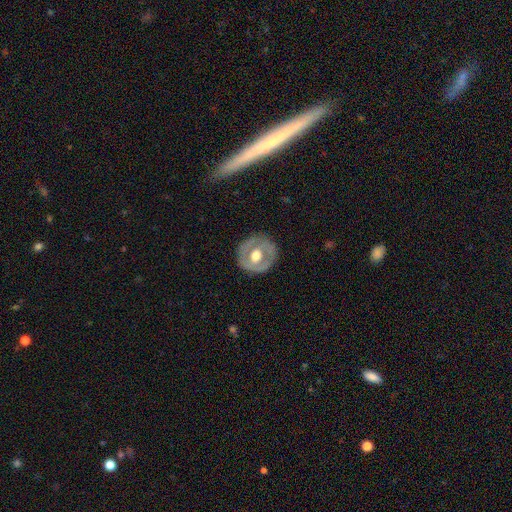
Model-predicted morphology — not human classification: smooth_or_featured: featured or disk (p=0.58) [alt: smooth p=0.37]
disk_edge_on: no (p=0.94) [alt: yes p=0.06]
bar: no (p=0.69) [alt: weak p=0.23]
has_spiral_arms: no (p=0.79) [alt: yes p=0.21]
bulge_size: moderate (p=0.63) [alt: large p=0.31]
merging: none (p=0.80) [alt: minor disturbance p=0.14]